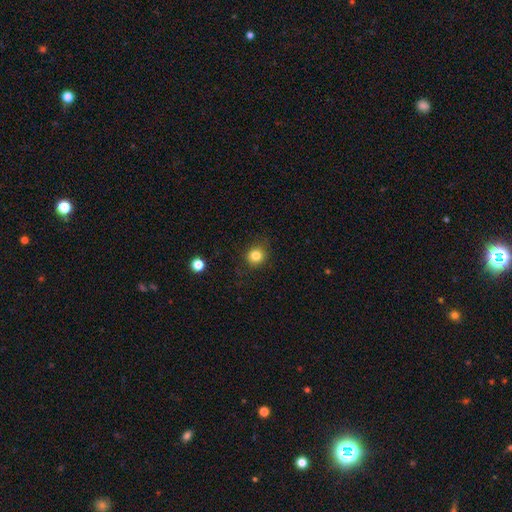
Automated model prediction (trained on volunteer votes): A smooth galaxy with no disk features (83%) that is round (86%). Merging: none (85%).